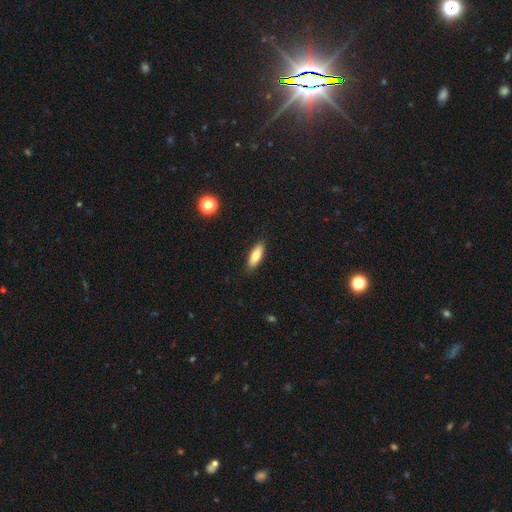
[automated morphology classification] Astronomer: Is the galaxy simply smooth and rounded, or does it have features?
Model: smooth — 75%.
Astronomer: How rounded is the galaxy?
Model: in between — 63%.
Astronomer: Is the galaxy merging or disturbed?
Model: none — 89%.